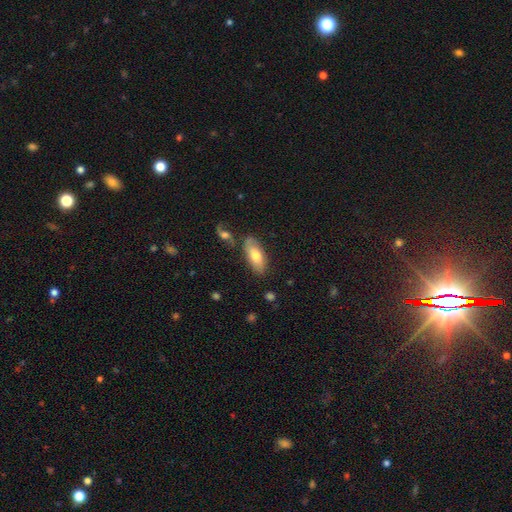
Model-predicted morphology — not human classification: The model was most divided on "smooth or featured": smooth: 68%, featured or disk: 26%, star or artifact: 6%. More confident: how rounded — in between (83%); merging — none (73%).